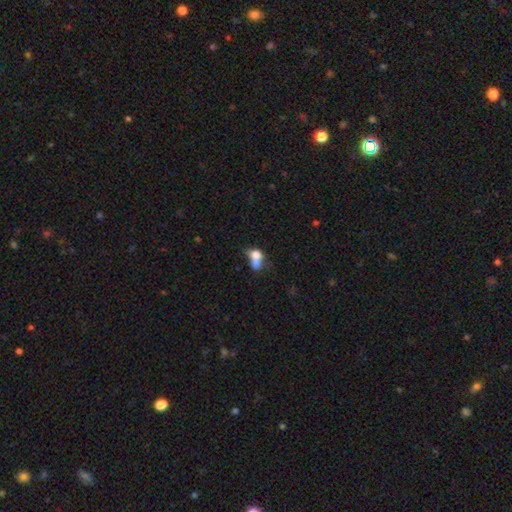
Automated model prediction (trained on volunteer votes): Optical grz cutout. It shows a smooth galaxy with no disk features (67%) that is in between round and cigar-shaped (59%). Merging: merger (57%).